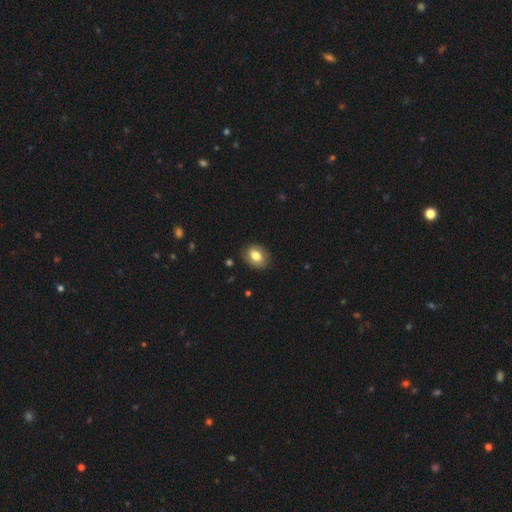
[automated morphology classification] This is likely a smooth galaxy (79%). How rounded: likely in between (62%). Merging: clearly none (85%).